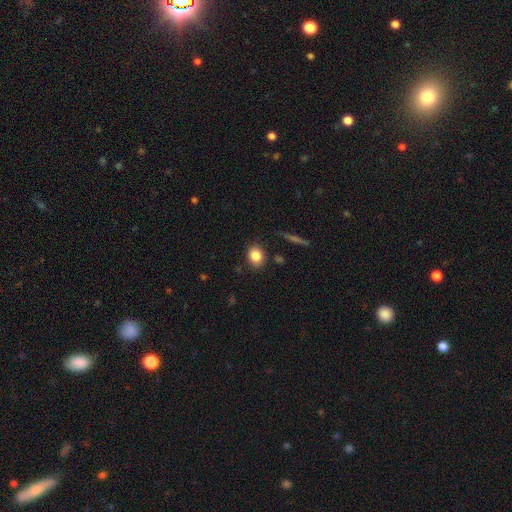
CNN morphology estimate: Smooth or featured? Predicted: smooth (p=0.84). How rounded? Predicted: round (p=0.59). Merging? Predicted: none (p=0.85).